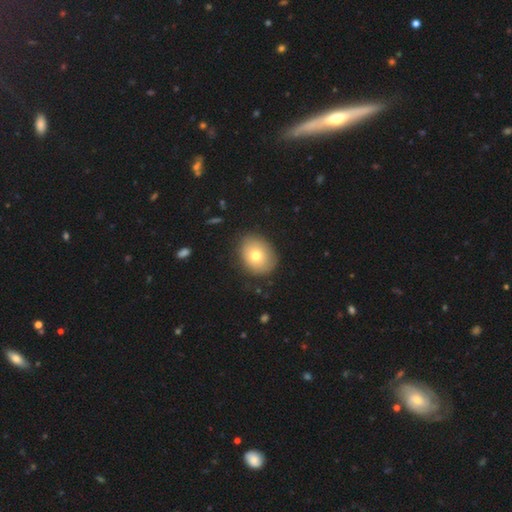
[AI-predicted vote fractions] Morphology: type=smooth (75%); roundness=round (50%, tied with in between); merging=none (84%).